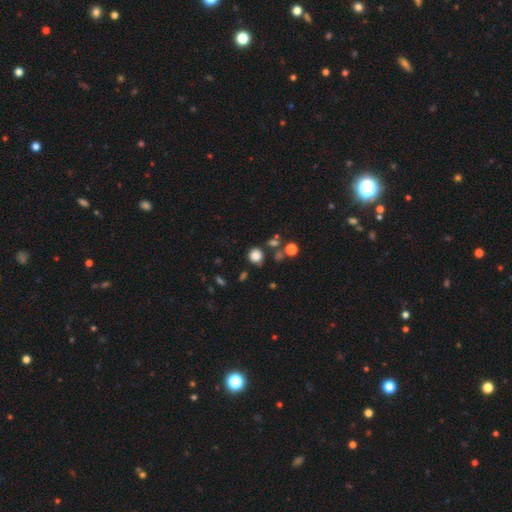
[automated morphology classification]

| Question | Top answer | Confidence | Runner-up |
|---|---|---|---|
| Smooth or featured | smooth | 81% | star or artifact (14%) |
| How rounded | round | 86% | in between (13%) |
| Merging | none | 76% | minor disturbance (12%) |